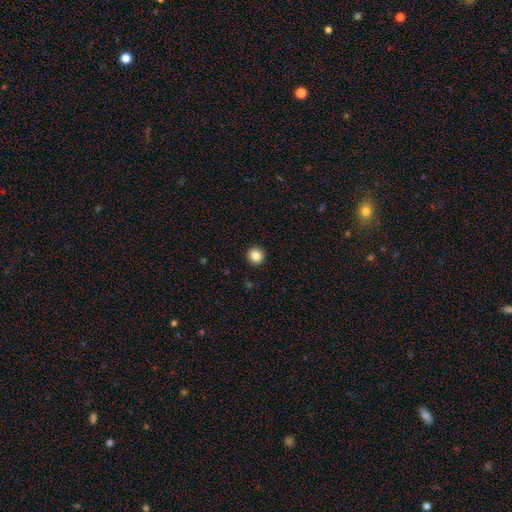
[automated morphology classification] A smooth galaxy with no disk features (85%) that is round (95%).

Vote fractions:
- Smooth or featured? smooth: 85% / star or artifact: 10% / featured or disk: 5%
- How rounded? round: 95% / in between: 4% / cigar-shaped: 1%
- Merging? none: 93% / minor disturbance: 4% / major disturbance: 2% / merger: 1%